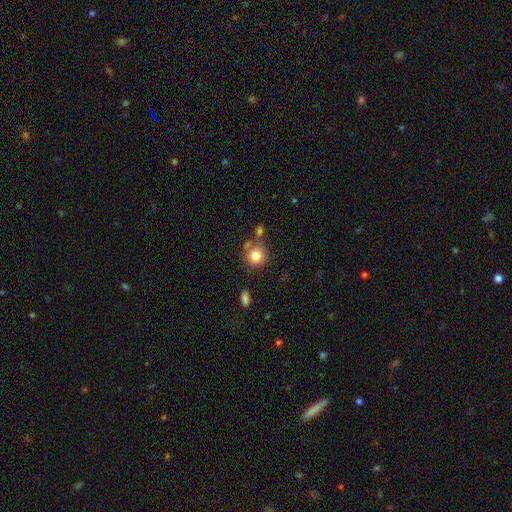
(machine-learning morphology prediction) A smooth galaxy with no disk features (81%) that is round (90%). Merging: none (70%).